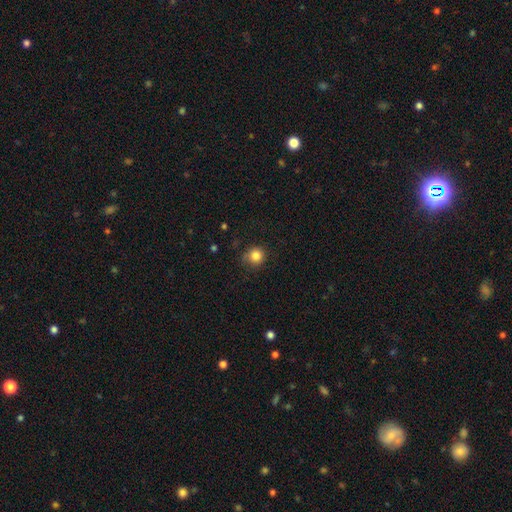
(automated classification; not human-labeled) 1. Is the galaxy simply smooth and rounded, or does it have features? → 83% smooth, 11% star or artifact, 5% featured or disk.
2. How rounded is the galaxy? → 90% round, 9% in between, 1% cigar-shaped.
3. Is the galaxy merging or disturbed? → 76% none, 18% minor disturbance, 4% major disturbance, 1% merger.